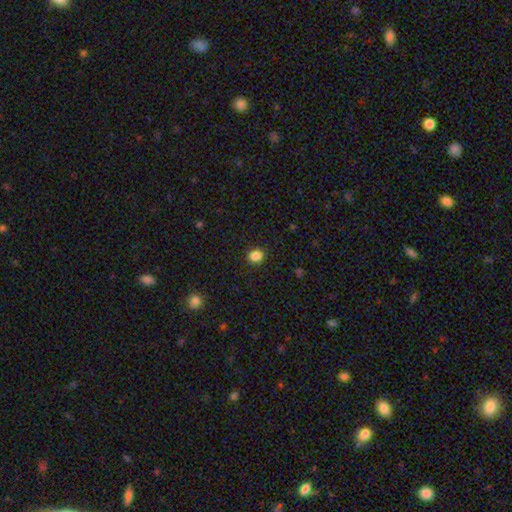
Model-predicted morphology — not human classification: smooth 85%, star or artifact 12%, featured or disk 3%. Down the decision tree: how rounded — round (69%); merging — none (88%).